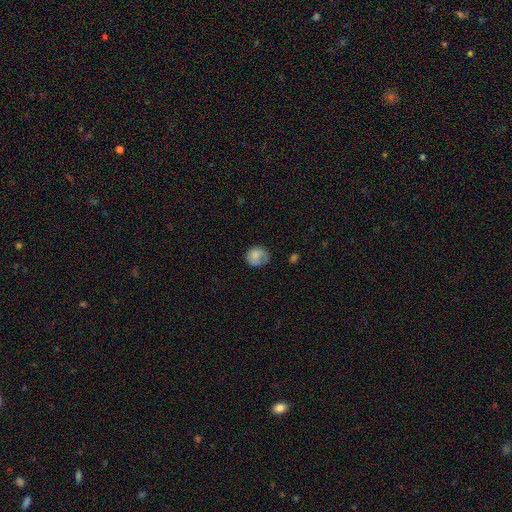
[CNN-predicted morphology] The model was most divided on "merging": none: 62%, minor disturbance: 27%, major disturbance: 9%, merger: 2%. More confident: how rounded — round (78%); smooth or featured — smooth (74%).